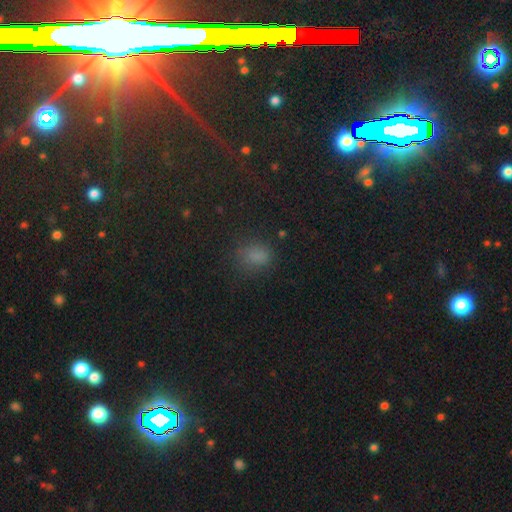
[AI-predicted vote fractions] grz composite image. It shows a smooth galaxy with no disk features (74%) that is in between round and cigar-shaped (62%). Merging: none (72%).